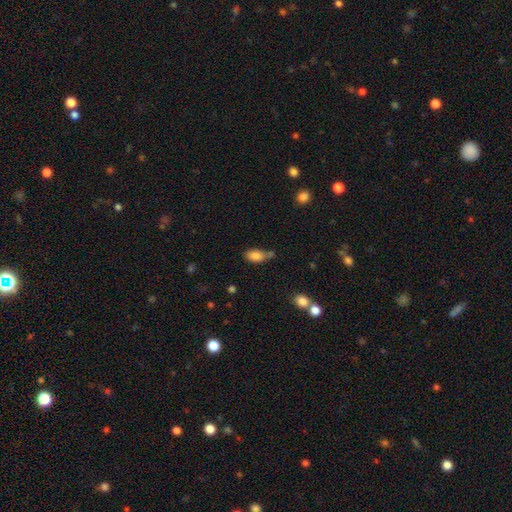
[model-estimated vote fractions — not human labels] This appears to be a smooth galaxy with no disk features (84%) that is in between round and cigar-shaped (90%). Merging: none (51%).